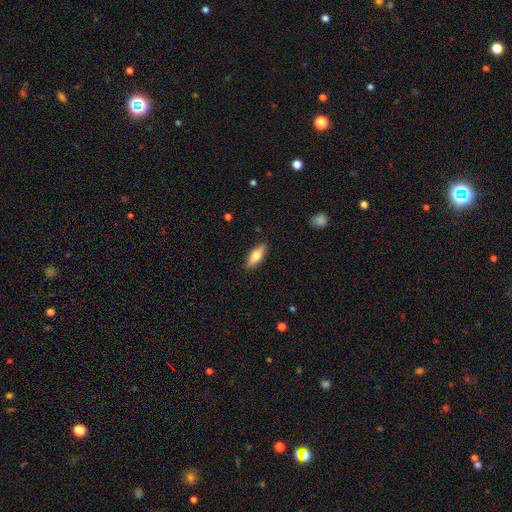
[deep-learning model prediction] This is likely a smooth galaxy (68%). How rounded: likely in between (69%). Merging: clearly none (87%).